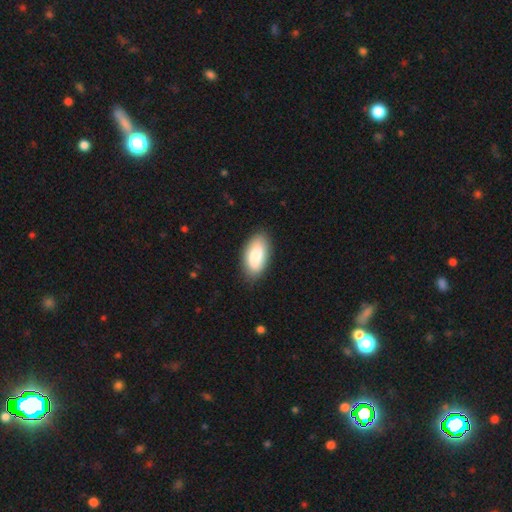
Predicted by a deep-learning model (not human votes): A smooth galaxy with no disk features (78%) that is in between round and cigar-shaped (93%). Merging: none (85%).